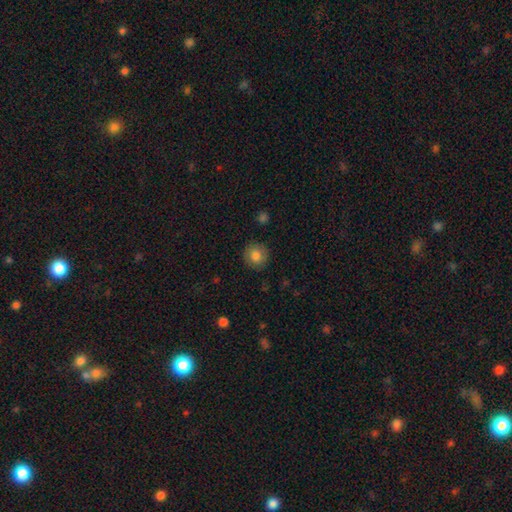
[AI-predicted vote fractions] Smooth or featured? smooth (82%)
How rounded? round (93%)
Merging? none (89%)